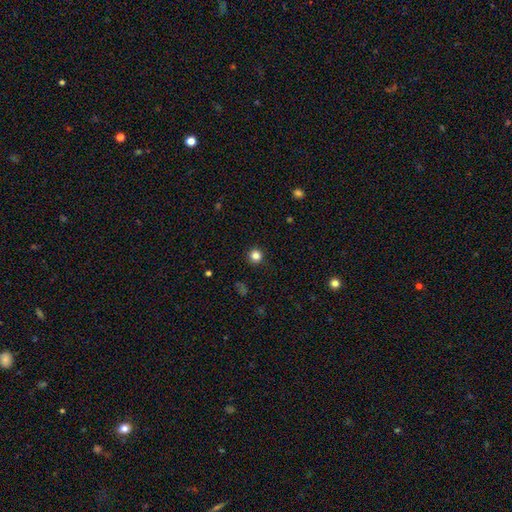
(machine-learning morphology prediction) smooth-or-featured: smooth: 83% | star or artifact: 12% | featured or disk: 4%
  how-rounded: round: 94% | in between: 5% | cigar-shaped: 1%
  merging: none: 92% | minor disturbance: 5% | major disturbance: 2% | merger: 1%